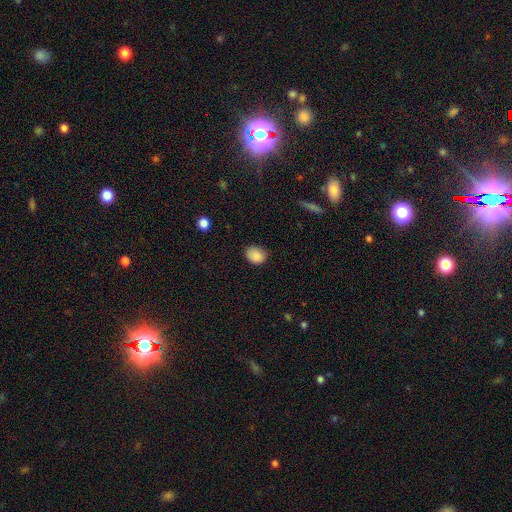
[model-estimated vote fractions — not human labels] This is clearly a smooth galaxy (88%). How rounded: possibly round (50%). Merging: likely none (80%).